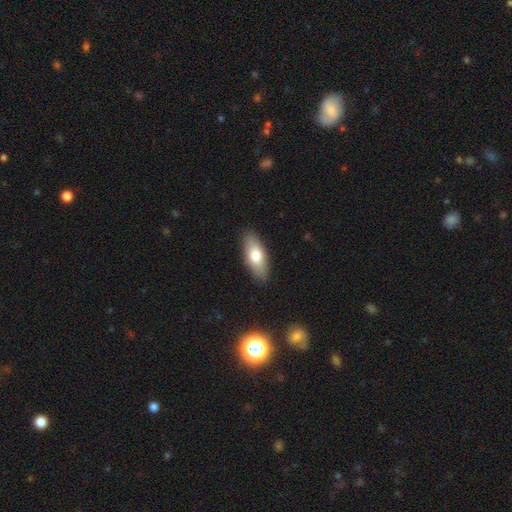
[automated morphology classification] Q: Smooth or featured?
A: smooth (74%); runner-up: featured or disk (20%)
Q: How rounded?
A: in between (79%); runner-up: cigar-shaped (18%)
Q: Merging?
A: none (88%); runner-up: minor disturbance (9%)